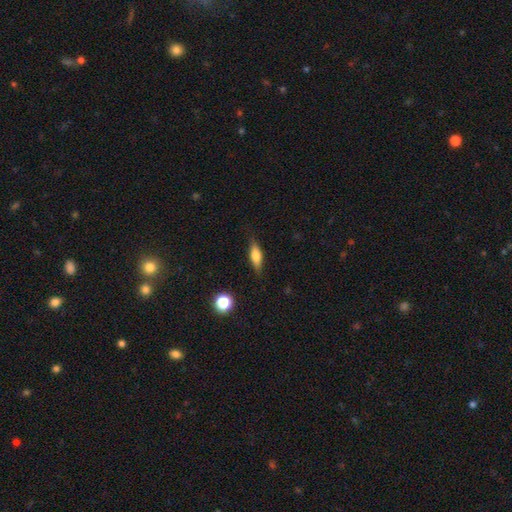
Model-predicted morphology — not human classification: Smooth or featured? Predicted: smooth (p=0.62). How rounded? Predicted: in between (p=0.55). Merging? Predicted: none (p=0.82).